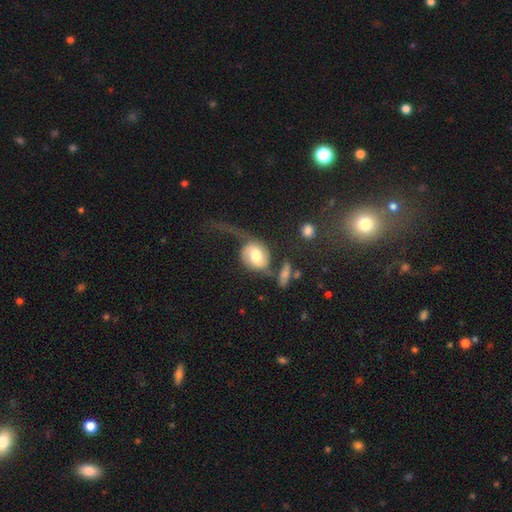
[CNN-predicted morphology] Smooth or featured?
  - featured or disk: 48% *
  - smooth: 45%
  - star or artifact: 7%
Merging?
  - major disturbance: 44% *
  - none: 27%
  - minor disturbance: 16%
  - merger: 13%